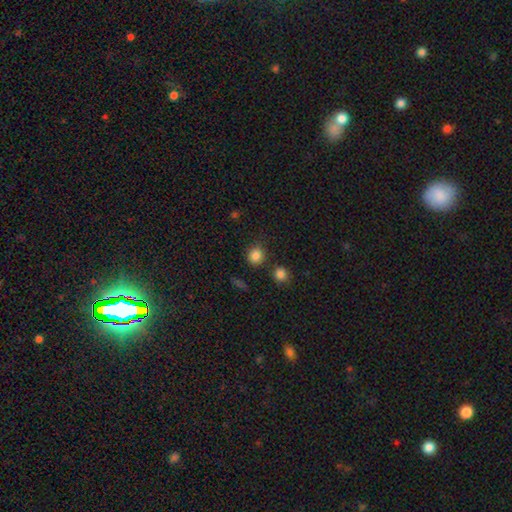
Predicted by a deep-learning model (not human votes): Smooth or featured? Predicted: smooth (p=0.84). How rounded? Predicted: round (p=0.83). Merging? Predicted: none (p=0.79).